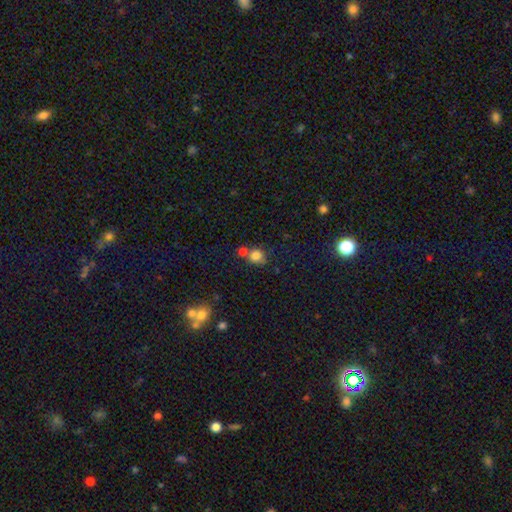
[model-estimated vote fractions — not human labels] A smooth galaxy with no disk features (80%) that is round (80%). Merging: none (53%).